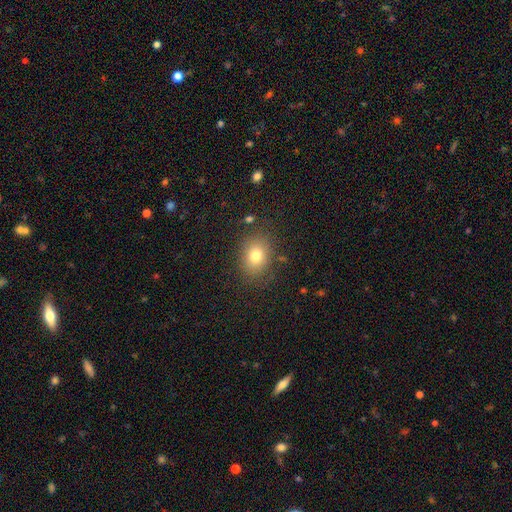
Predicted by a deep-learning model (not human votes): This appears to be a smooth galaxy with no disk features (78%) that is in between round and cigar-shaped (62%). Merging: none (83%).